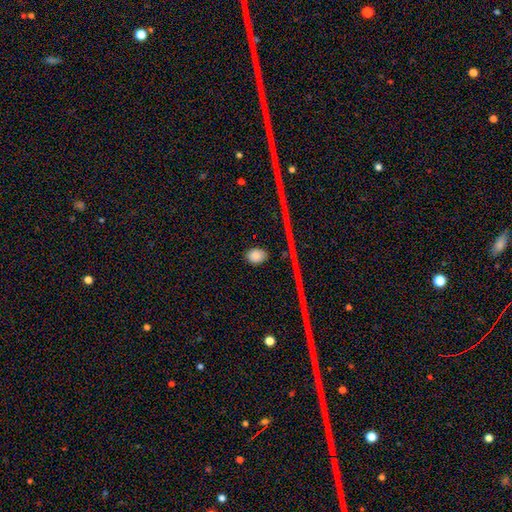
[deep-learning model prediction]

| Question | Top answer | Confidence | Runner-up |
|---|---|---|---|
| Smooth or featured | smooth | 81% | star or artifact (12%) |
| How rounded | in between | 54% | round (44%) |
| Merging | none | 87% | minor disturbance (9%) |